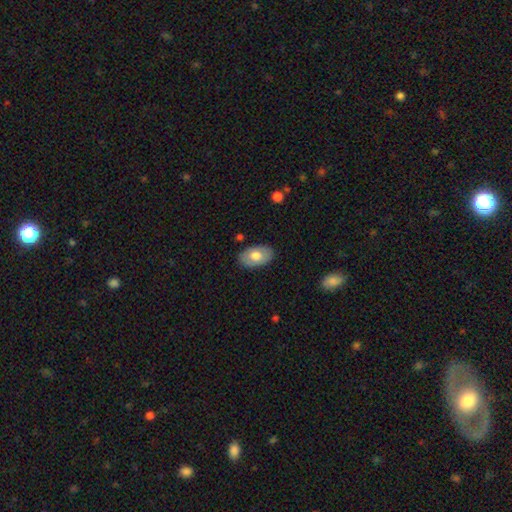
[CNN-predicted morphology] smooth_or_featured: smooth (p=0.68) [alt: featured or disk p=0.26]
how_rounded: in between (p=0.91) [alt: round p=0.08]
merging: none (p=0.85) [alt: minor disturbance p=0.11]